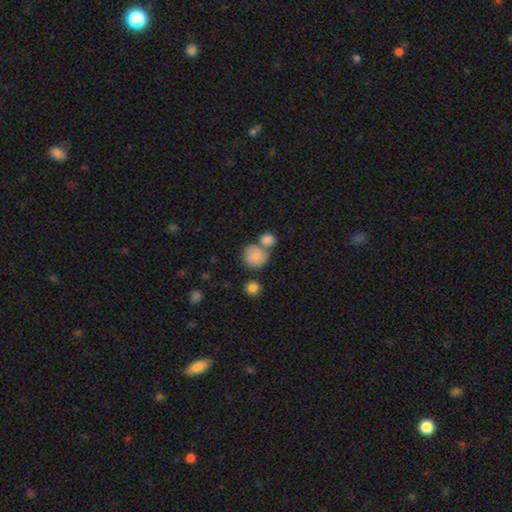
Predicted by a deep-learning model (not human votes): This appears to be a smooth galaxy with no disk features (82%) that is round (81%). Merging: none (42%, tied with merger).